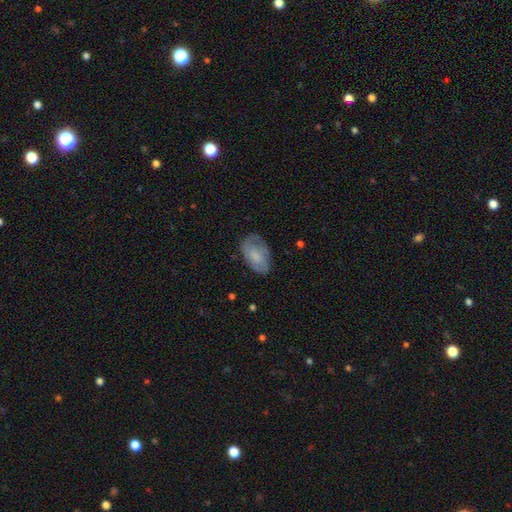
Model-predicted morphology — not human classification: smooth-or-featured: smooth: 54% | featured or disk: 39% | star or artifact: 7%
  how-rounded: in between: 91% | round: 7% | cigar-shaped: 2%
  merging: none: 67% | minor disturbance: 23% | major disturbance: 9% | merger: 1%